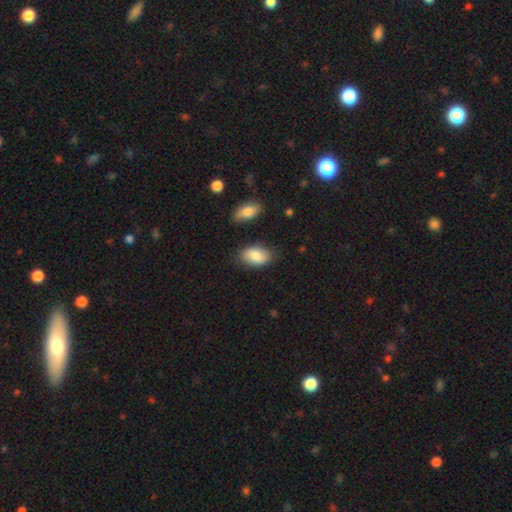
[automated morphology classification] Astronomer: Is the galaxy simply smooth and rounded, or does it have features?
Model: smooth — 87%.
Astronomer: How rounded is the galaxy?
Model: in between — 92%.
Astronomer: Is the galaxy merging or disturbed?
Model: none — 77%.